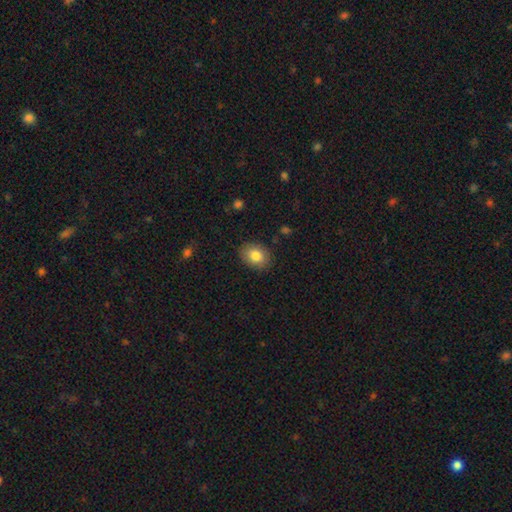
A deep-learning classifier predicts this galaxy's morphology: type=smooth (83%); roundness=in between (62%); merging=none (87%).